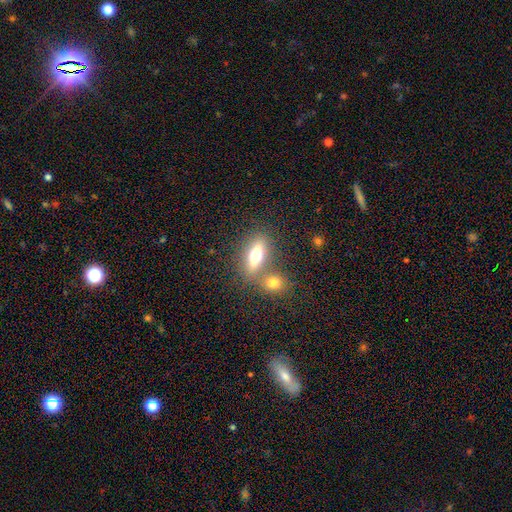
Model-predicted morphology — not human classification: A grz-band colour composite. It shows a smooth galaxy with no disk features (60%) that is in between round and cigar-shaped (64%). Merging: none (56%).